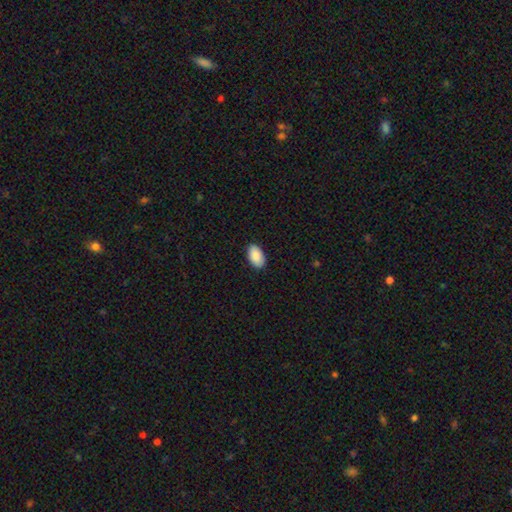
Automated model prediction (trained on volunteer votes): smooth 90%, star or artifact 6%, featured or disk 4%. Down the decision tree: how rounded — in between (94%); merging — none (89%).